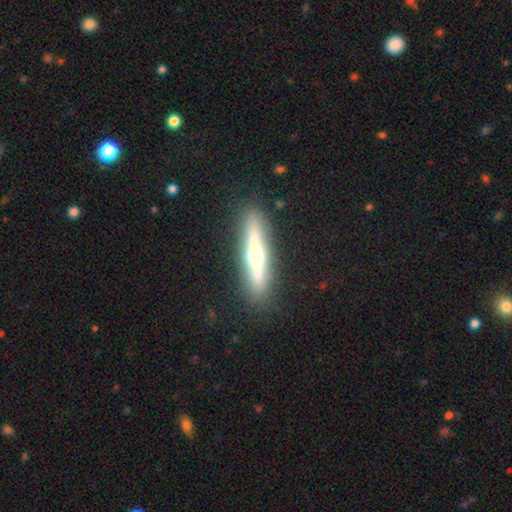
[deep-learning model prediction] Overall: featured or disk (65%; smooth 29%). Edge-on disk: yes (93%). Edge-on bulge: rounded (91%). Merging: none (88%).